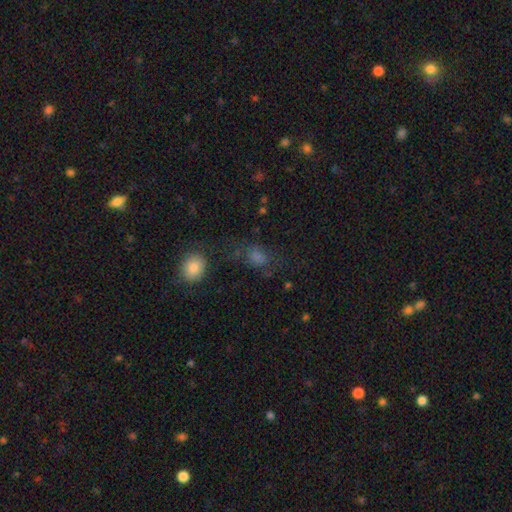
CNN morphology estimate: Smooth or featured: smooth — 67% (star or artifact — 22%)
How rounded: in between — 62% (round — 35%)
Merging: none — 59% (minor disturbance — 19%)